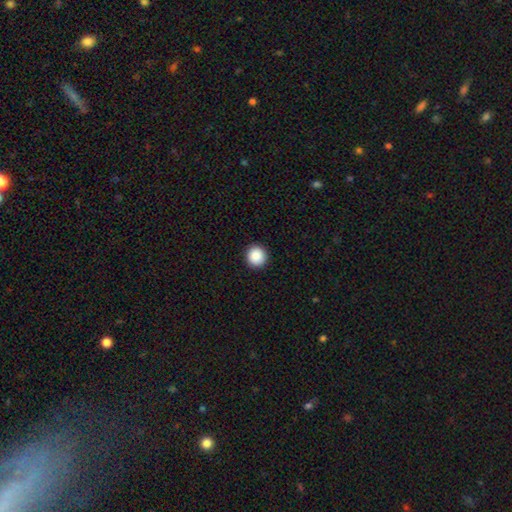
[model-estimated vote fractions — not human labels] Smooth or featured? smooth (88%)
How rounded? round (94%)
Merging? none (93%)